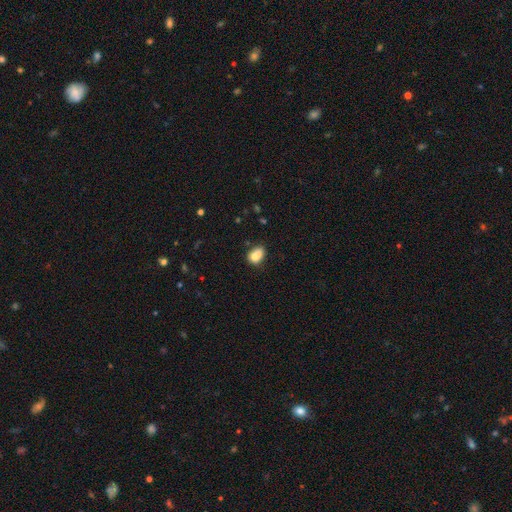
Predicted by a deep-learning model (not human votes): This appears to be a smooth galaxy with no disk features (80%) that is in between round and cigar-shaped (73%). Merging: none (47%).